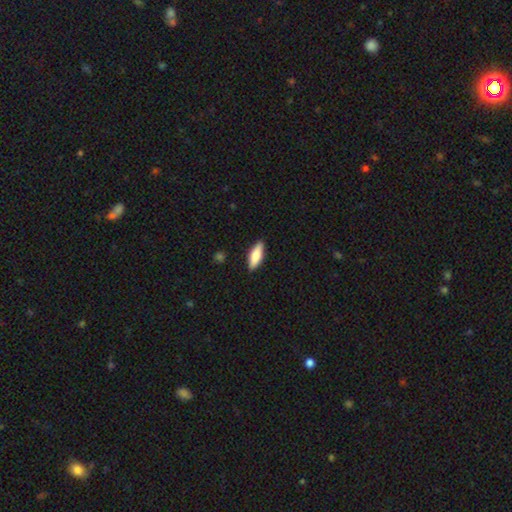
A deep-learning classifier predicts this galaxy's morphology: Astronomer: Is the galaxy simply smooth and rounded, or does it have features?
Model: smooth — 77%.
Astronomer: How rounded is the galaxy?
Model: in between — 61% (runner-up: cigar-shaped, 37%).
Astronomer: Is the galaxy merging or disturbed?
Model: none — 88%.